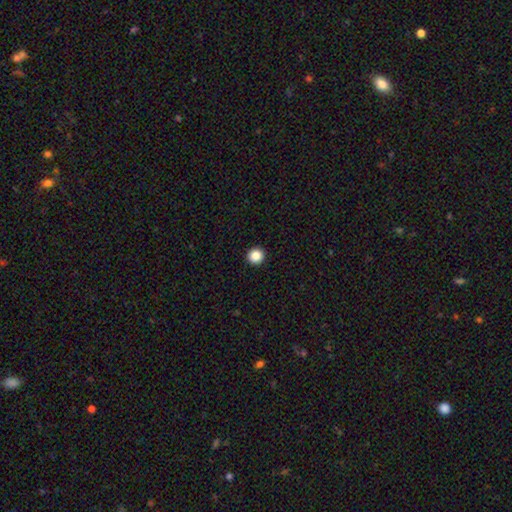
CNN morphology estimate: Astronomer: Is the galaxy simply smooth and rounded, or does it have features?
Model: smooth — 87%.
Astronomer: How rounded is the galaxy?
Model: round — 96%.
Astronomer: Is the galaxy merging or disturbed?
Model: none — 94%.